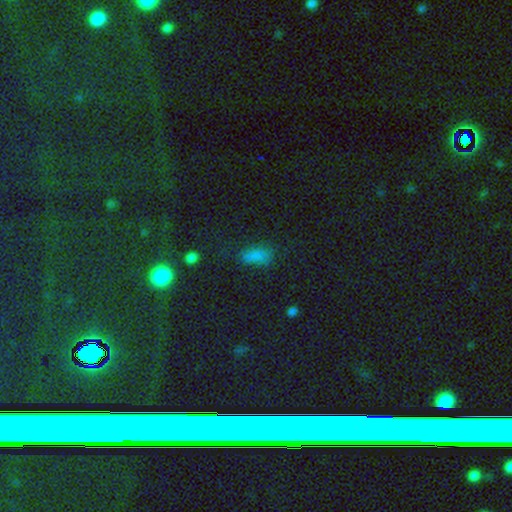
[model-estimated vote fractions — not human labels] Smooth or featured? Predicted: smooth (p=0.73). How rounded? Predicted: in between (p=0.80). Merging? Predicted: none (p=0.62).